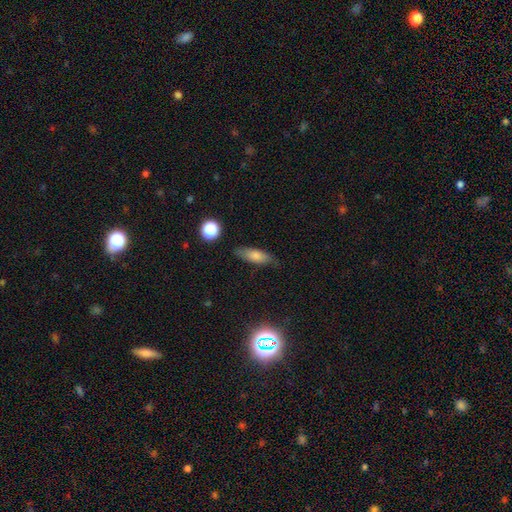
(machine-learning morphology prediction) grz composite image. It shows a smooth galaxy with no disk features (74%) that is in between round and cigar-shaped (62%). Merging: none (77%).